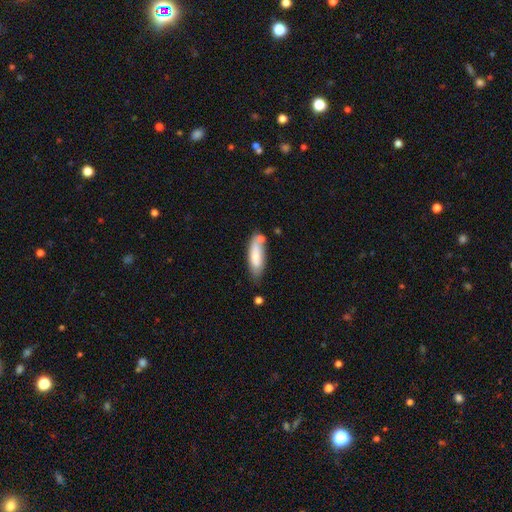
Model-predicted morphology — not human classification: Smooth or featured?
  - smooth: 72% *
  - featured or disk: 22%
  - star or artifact: 6%
How rounded?
  - in between: 53% *
  - cigar-shaped: 46%
  - round: 2%
Merging?
  - none: 56% *
  - minor disturbance: 24%
  - merger: 15%
  - major disturbance: 6%